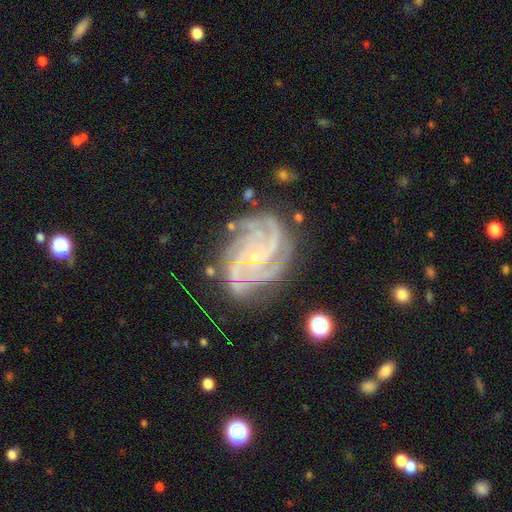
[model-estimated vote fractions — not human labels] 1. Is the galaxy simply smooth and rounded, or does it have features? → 89% featured or disk, 7% star or artifact, 4% smooth.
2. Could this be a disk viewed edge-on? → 98% no, 2% yes.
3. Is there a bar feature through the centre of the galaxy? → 67% no, 25% weak, 8% strong.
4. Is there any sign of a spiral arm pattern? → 98% yes, 2% no.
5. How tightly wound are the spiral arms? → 65% tight, 30% medium, 5% loose.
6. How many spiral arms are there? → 37% 4, 18% 3, 17% more than 4, 13% can't tell, 9% 2, 7% 1.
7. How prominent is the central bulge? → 85% small, 9% moderate, 4% none, 1% large, 1% dominant.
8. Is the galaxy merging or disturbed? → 74% none, 18% minor disturbance, 7% major disturbance, 2% merger.